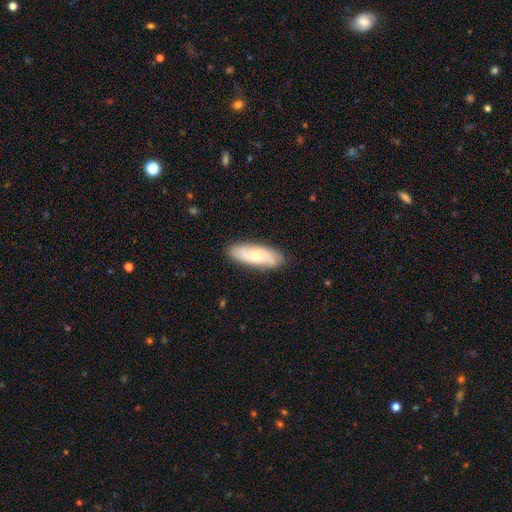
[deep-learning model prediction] Smooth or featured? Predicted: featured or disk (p=0.52). Edge-on disk? Predicted: no (p=0.83). Merging? Predicted: none (p=0.84).